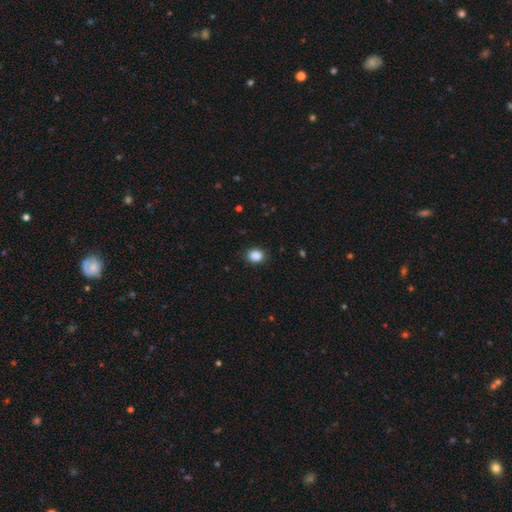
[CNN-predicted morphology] Q: Smooth or featured?
A: smooth (88%); runner-up: star or artifact (9%)
Q: How rounded?
A: in between (52%); runner-up: round (47%)
Q: Merging?
A: none (86%); runner-up: minor disturbance (10%)